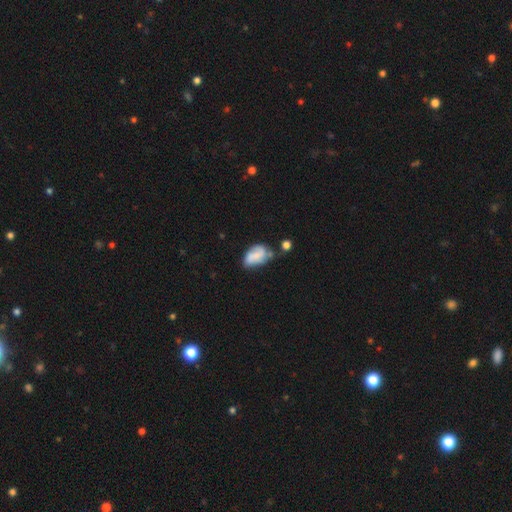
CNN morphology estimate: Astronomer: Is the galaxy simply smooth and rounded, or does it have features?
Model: smooth — 54% (runner-up: featured or disk, 38%).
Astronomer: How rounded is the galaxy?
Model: in between — 89%.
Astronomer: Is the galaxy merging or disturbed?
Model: none — 35% (runner-up: minor disturbance, 33%).